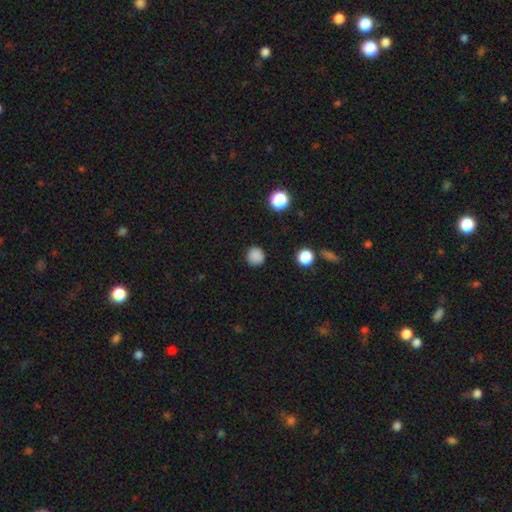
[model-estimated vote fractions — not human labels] A smooth galaxy with no disk features (85%) that is round (93%). Merging: none (89%).